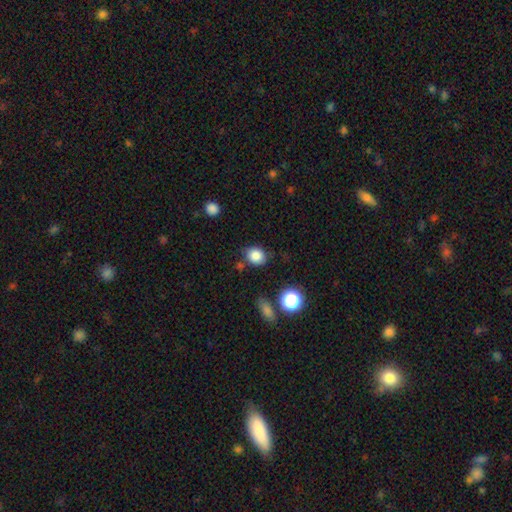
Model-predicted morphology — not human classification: Smooth or featured: smooth — 84% (star or artifact — 10%)
How rounded: round — 64% (in between — 35%)
Merging: none — 75% (minor disturbance — 16%)